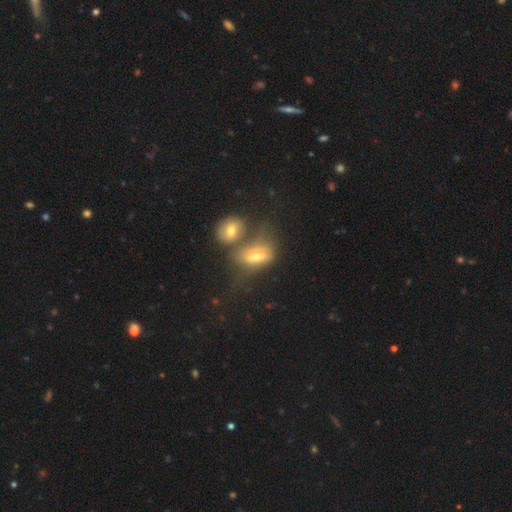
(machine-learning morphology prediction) Smooth or featured? smooth (56%)
How rounded? in between (81%)
Merging? merger (45%)